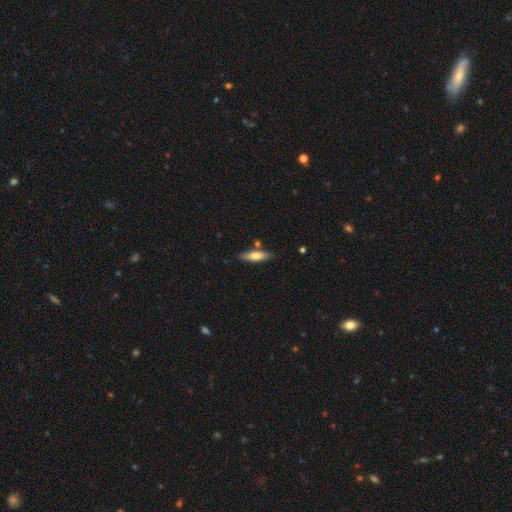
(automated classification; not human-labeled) A smooth galaxy with no disk features (71%) that is cigar-shaped (60%). Merging: none (79%).